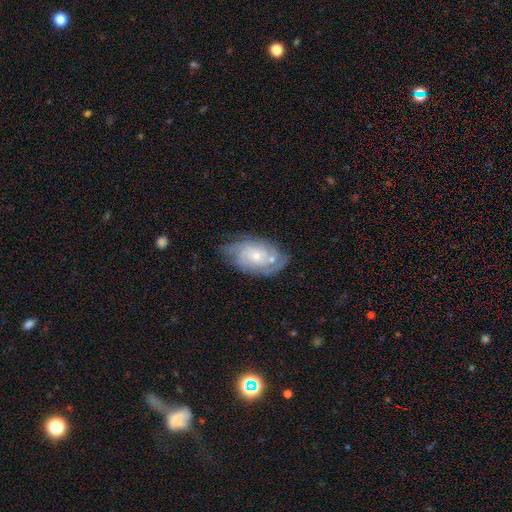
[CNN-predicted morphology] Smooth or featured?
  - featured or disk: 70% *
  - smooth: 23%
  - star or artifact: 7%
Edge-on disk?
  - no: 95% *
  - yes: 5%
Bar?
  - no: 78% *
  - weak: 20%
  - strong: 3%
Spiral arms?
  - yes: 87% *
  - no: 13%
Spiral winding?
  - tight: 62% *
  - medium: 29%
  - loose: 9%
Spiral arm count?
  - can't tell: 44% *
  - 2: 21%
  - 3: 16%
  - 4: 10%
  - 1: 4%
  - more than 4: 4%
Bulge size?
  - small: 66% *
  - moderate: 28%
  - none: 2%
  - large: 2%
  - dominant: 1%
Merging?
  - none: 62% *
  - minor disturbance: 24%
  - major disturbance: 8%
  - merger: 7%